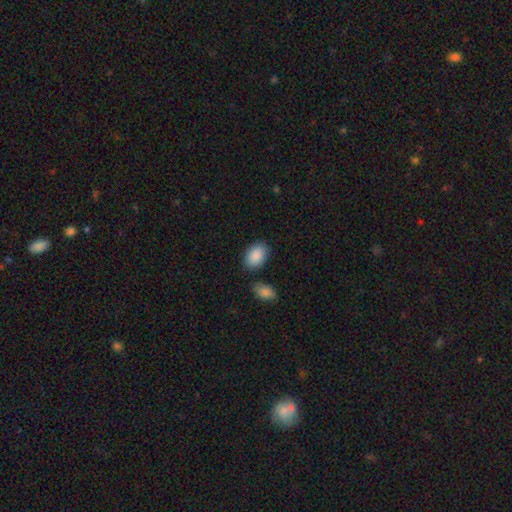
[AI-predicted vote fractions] Smooth or featured: smooth — 89% (star or artifact — 6%)
How rounded: in between — 88% (round — 11%)
Merging: none — 79% (minor disturbance — 12%)